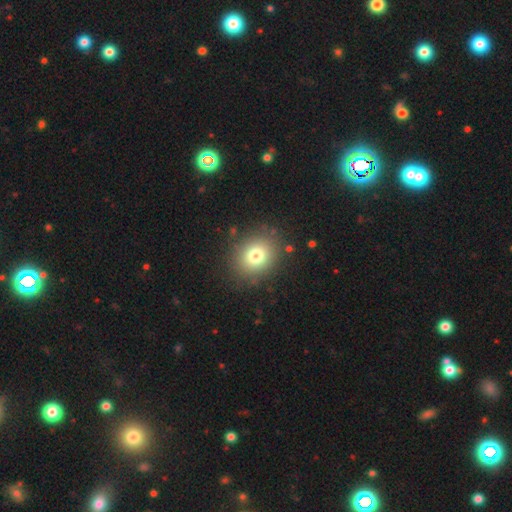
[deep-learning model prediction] Smooth or featured: smooth — 77% (star or artifact — 13%)
How rounded: round — 68% (in between — 31%)
Merging: none — 86% (minor disturbance — 9%)